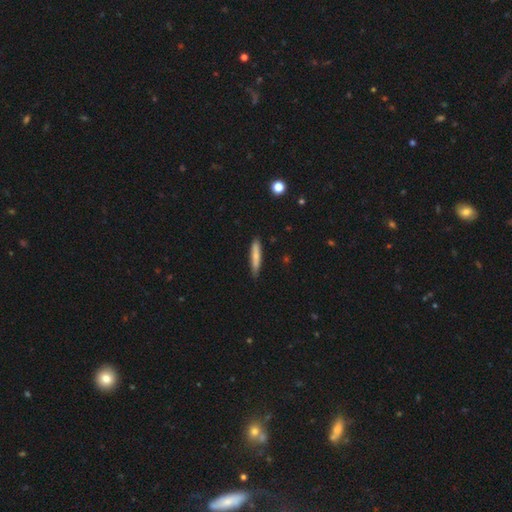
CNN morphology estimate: Q: Smooth or featured?
A: smooth (75%); runner-up: featured or disk (19%)
Q: How rounded?
A: cigar-shaped (90%); runner-up: in between (8%)
Q: Merging?
A: none (83%); runner-up: minor disturbance (13%)